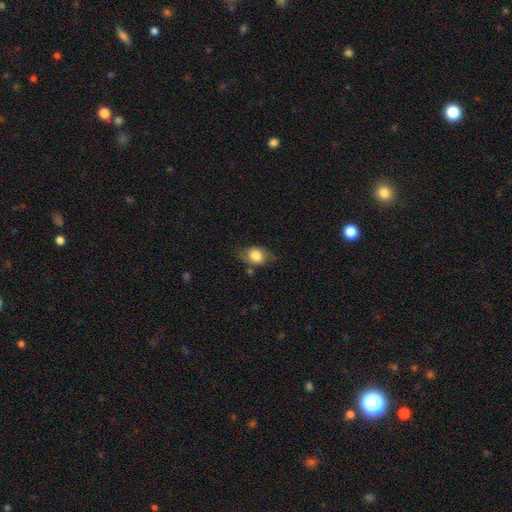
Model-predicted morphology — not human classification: Overall: smooth (73%). How rounded: in between (74%). Merging: none (67%).